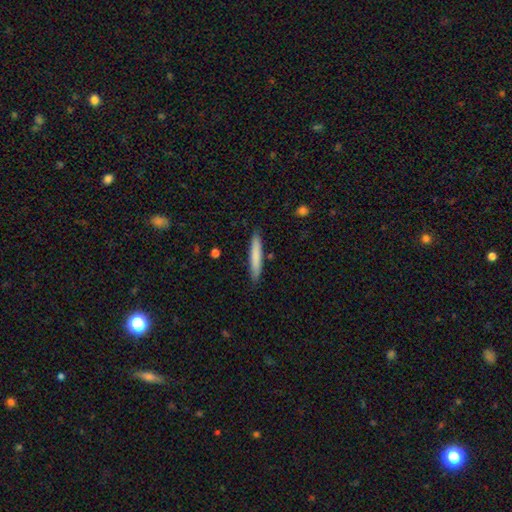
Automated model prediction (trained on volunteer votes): smooth 78%, featured or disk 17%, star or artifact 6%. Down the decision tree: how rounded — cigar-shaped (93%); merging — none (87%).